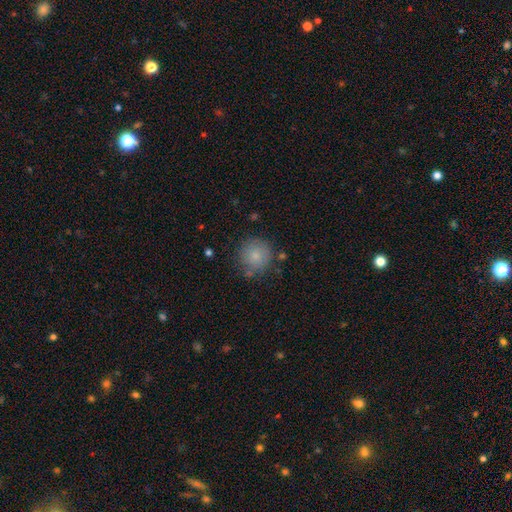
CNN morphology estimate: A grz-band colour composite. It shows a smooth galaxy with no disk features (80%) that is round (93%). Merging: none (77%).